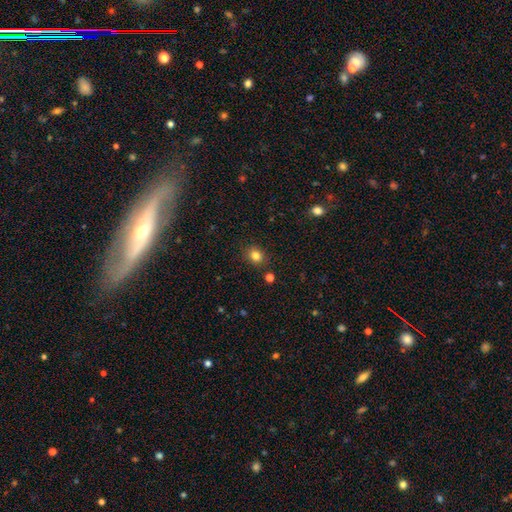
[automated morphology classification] A smooth galaxy with no disk features (82%) that is round (68%).

Vote fractions:
- Smooth or featured? smooth: 82% / star or artifact: 13% / featured or disk: 6%
- How rounded? round: 68% / in between: 31% / cigar-shaped: 1%
- Merging? none: 87% / minor disturbance: 8% / major disturbance: 2% / merger: 2%